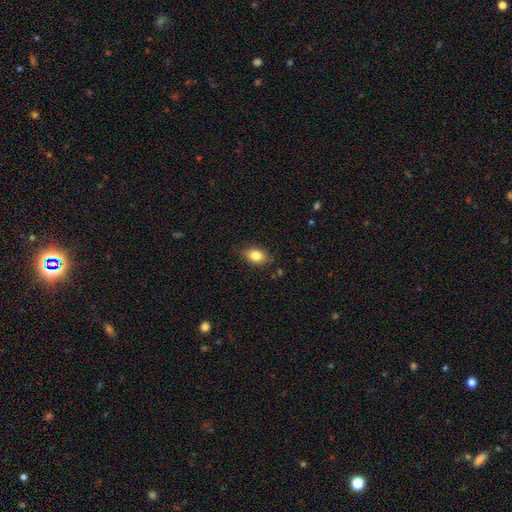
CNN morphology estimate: Smooth or featured: smooth — 82% (featured or disk — 9%)
How rounded: in between — 81% (round — 17%)
Merging: none — 82% (minor disturbance — 14%)